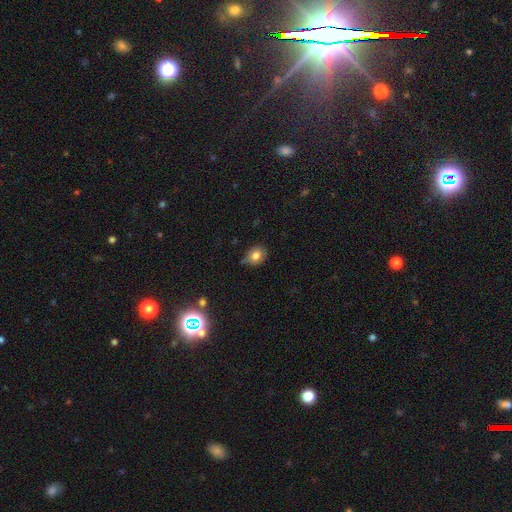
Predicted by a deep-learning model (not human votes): This appears to be a smooth galaxy with no disk features (79%) that is round (68%). Merging: none (66%).